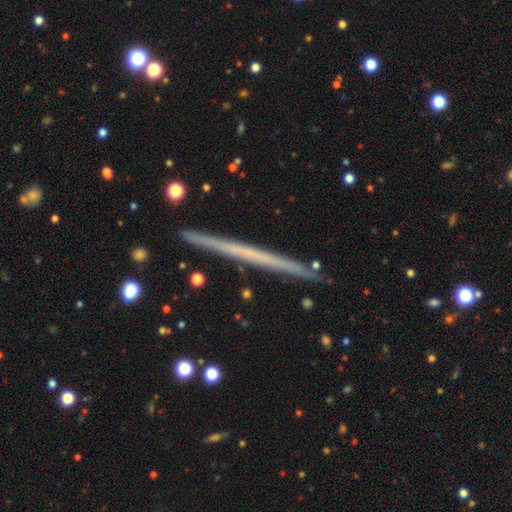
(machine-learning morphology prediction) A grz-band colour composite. It shows a featured or disk galaxy (60%) viewed edge-on (98%) with no central bulge (93%). Merging: none (91%).